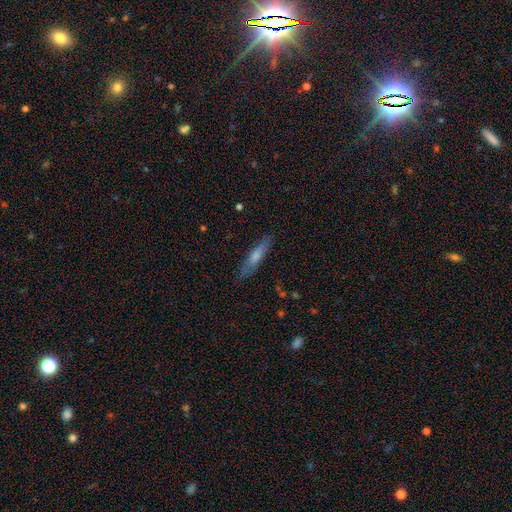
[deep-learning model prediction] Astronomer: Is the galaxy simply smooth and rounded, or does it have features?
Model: smooth — 54% (runner-up: featured or disk, 38%).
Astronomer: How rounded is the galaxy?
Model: cigar-shaped — 81%.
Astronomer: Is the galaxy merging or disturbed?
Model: none — 81%.